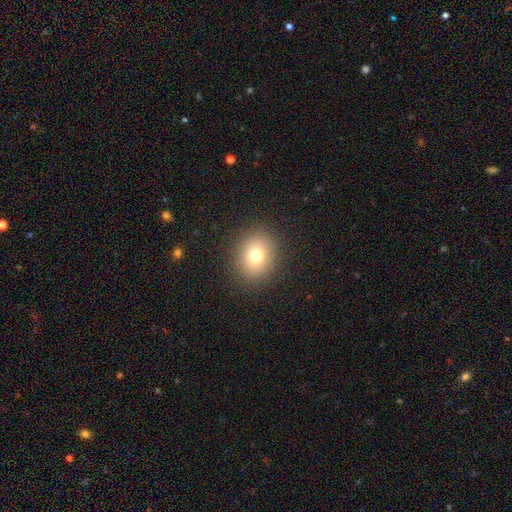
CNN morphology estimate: smooth_or_featured: smooth (p=0.76) [alt: star or artifact p=0.13]
how_rounded: round (p=0.61) [alt: in between p=0.38]
merging: none (p=0.88) [alt: minor disturbance p=0.08]